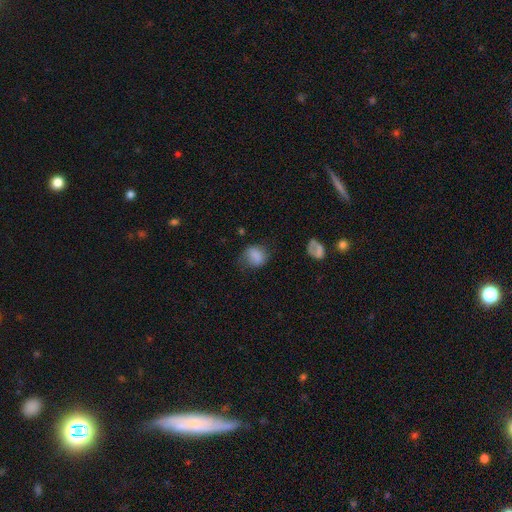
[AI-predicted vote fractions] This appears to be a smooth galaxy with no disk features (81%) that is round (52%). Merging: none (59%).